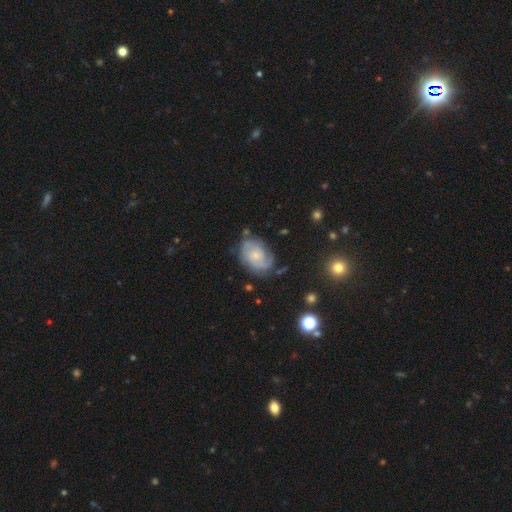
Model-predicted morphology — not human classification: Smooth or featured: featured or disk — 76% (smooth — 18%)
Edge-on disk: no — 97% (yes — 3%)
Bar: no — 68% (weak — 28%)
Spiral arms: yes — 93% (no — 7%)
Spiral winding: tight — 48% (medium — 39%)
Spiral arm count: 2 — 61% (can't tell — 18%)
Bulge size: small — 65% (moderate — 26%)
Merging: none — 68% (minor disturbance — 21%)